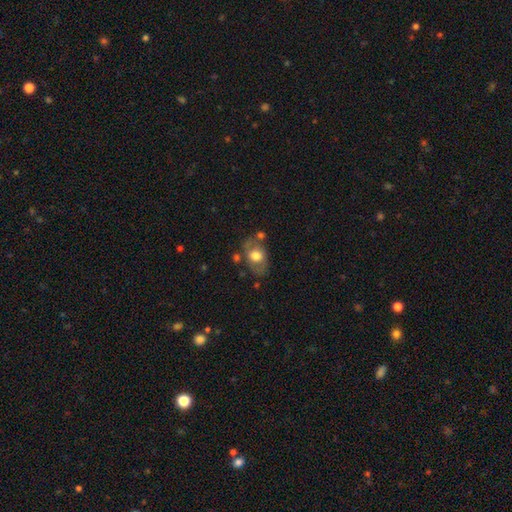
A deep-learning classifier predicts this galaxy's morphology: Smooth or featured? Predicted: smooth (p=0.60). How rounded? Predicted: in between (p=0.76). Merging? Predicted: none (p=0.62).